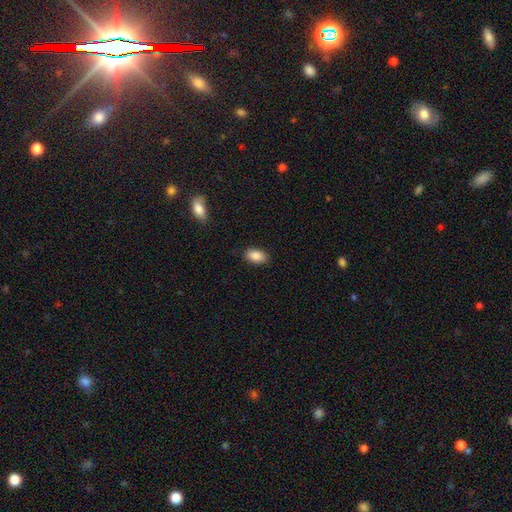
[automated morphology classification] Smooth or featured? Predicted: smooth (p=0.87). How rounded? Predicted: in between (p=0.91). Merging? Predicted: none (p=0.86).